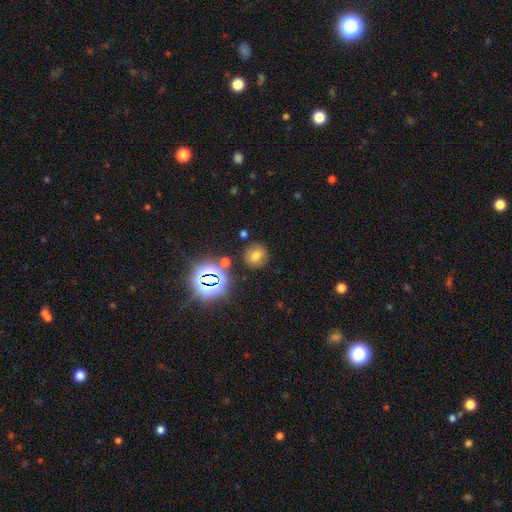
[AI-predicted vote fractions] The model was most divided on "smooth or featured": smooth: 66%, star or artifact: 23%, featured or disk: 11%. More confident: how rounded — round (86%); merging — none (84%).